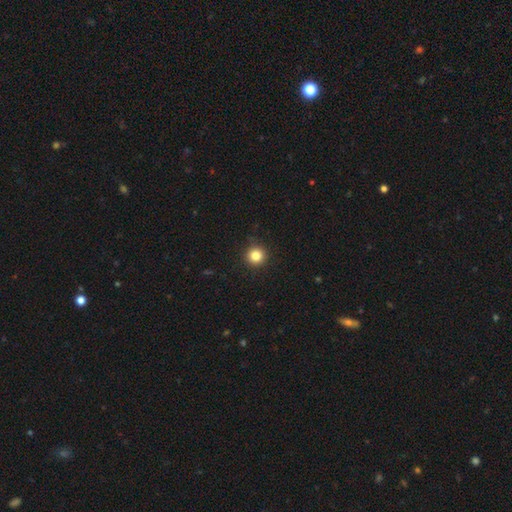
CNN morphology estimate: smooth_or_featured: smooth (p=0.83) [alt: star or artifact p=0.12]
how_rounded: round (p=0.95) [alt: in between p=0.04]
merging: none (p=0.91) [alt: minor disturbance p=0.06]